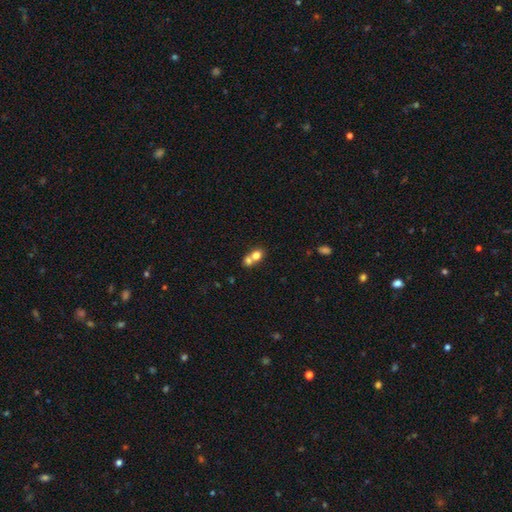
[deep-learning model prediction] A smooth galaxy with no disk features (74%) that is round (66%).

Vote fractions:
- Smooth or featured? smooth: 74% / featured or disk: 16% / star or artifact: 11%
- How rounded? round: 66% / in between: 33% / cigar-shaped: 1%
- Merging? merger: 64% / none: 28% / minor disturbance: 5% / major disturbance: 3%